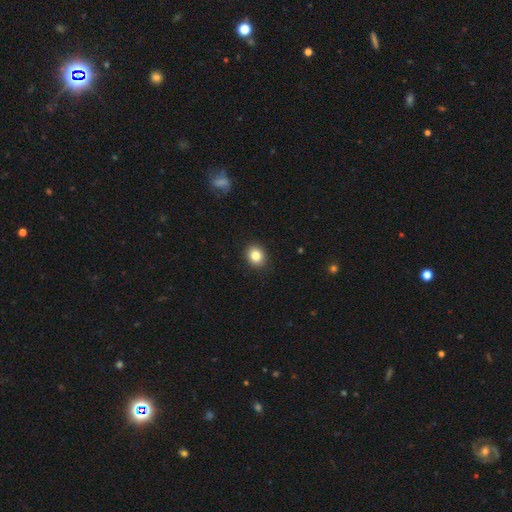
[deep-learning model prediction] This is clearly a smooth galaxy (84%). How rounded: likely round (61%). Merging: clearly none (91%).